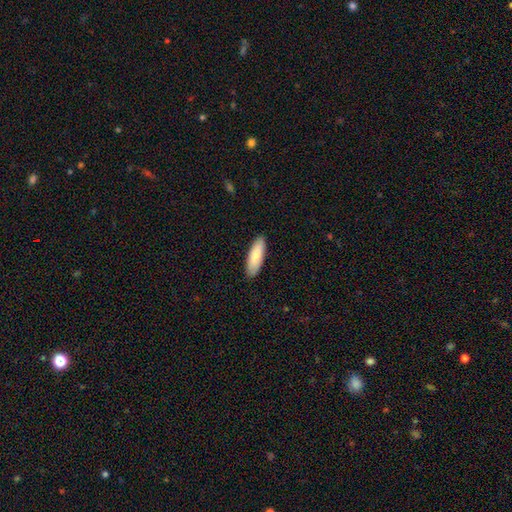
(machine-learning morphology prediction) Overall: smooth (83%). How rounded: in between (57%; cigar-shaped 42%). Merging: none (89%).